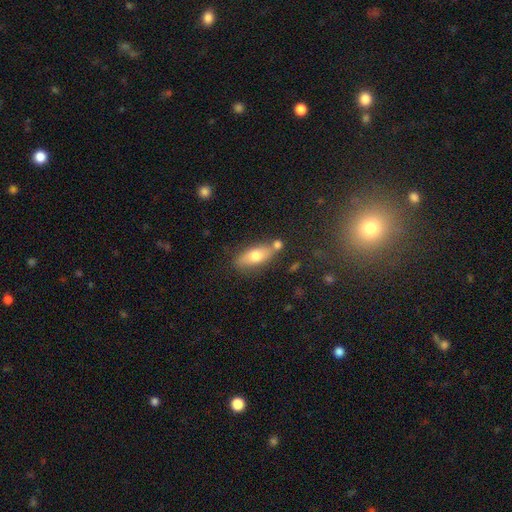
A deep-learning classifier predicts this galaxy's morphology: This is likely a smooth galaxy (67%). How rounded: likely in between (74%). Merging: likely none (65%).